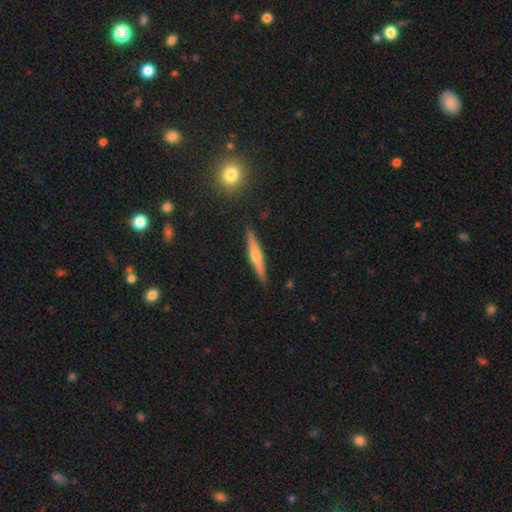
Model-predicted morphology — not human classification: The model was most divided on "smooth or featured": featured or disk: 64%, smooth: 30%, star or artifact: 6%. More confident: edge-on disk — yes (97%); merging — none (91%); edge-on bulge — rounded (88%).